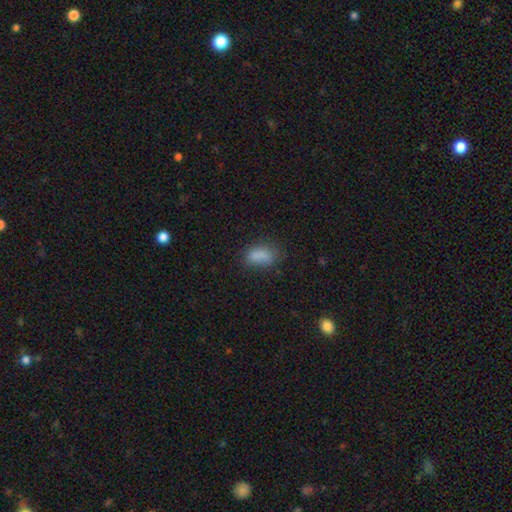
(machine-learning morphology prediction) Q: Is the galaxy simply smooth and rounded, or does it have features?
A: smooth — 81%.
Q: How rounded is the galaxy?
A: in between — 84%.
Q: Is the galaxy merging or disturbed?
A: none — 61%.